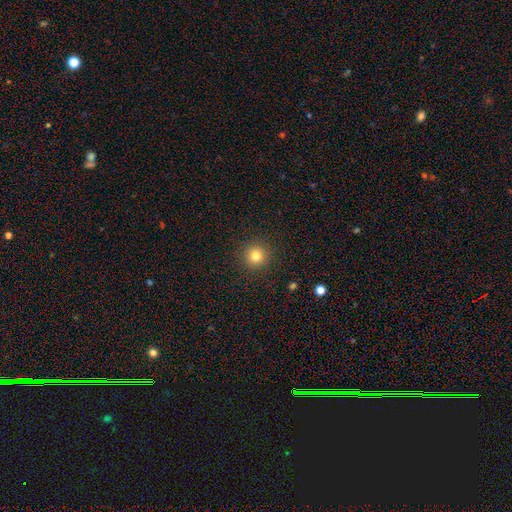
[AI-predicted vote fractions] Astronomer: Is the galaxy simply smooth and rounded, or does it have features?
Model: smooth — 80%.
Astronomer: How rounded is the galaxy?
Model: round — 95%.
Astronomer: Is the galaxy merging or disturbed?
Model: none — 92%.